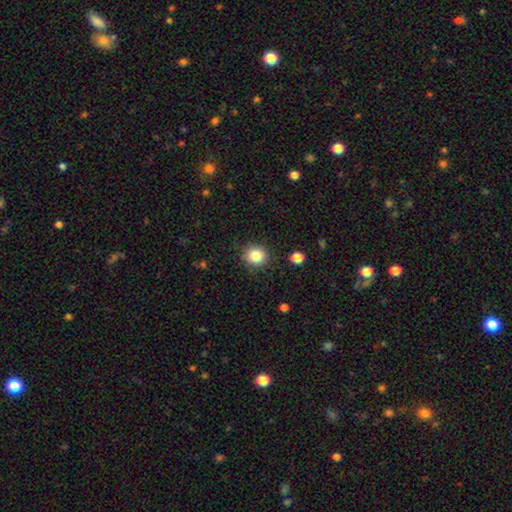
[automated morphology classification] type=smooth (83%); roundness=round (87%); merging=none (87%).